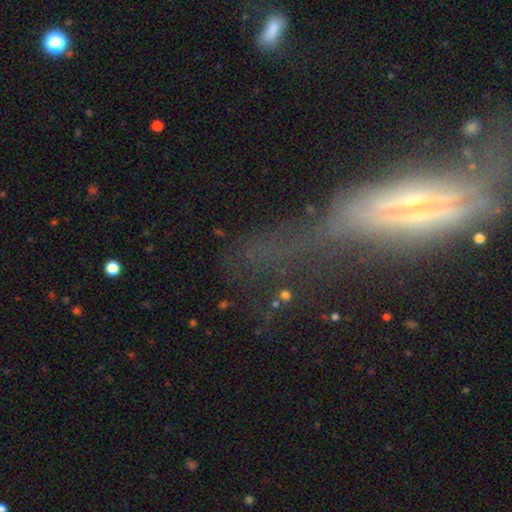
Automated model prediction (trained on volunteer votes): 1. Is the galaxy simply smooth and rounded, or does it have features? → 58% featured or disk, 21% smooth, 21% star or artifact.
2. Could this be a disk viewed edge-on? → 56% yes, 44% no.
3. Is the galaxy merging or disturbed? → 43% none, 29% major disturbance, 20% minor disturbance, 7% merger.